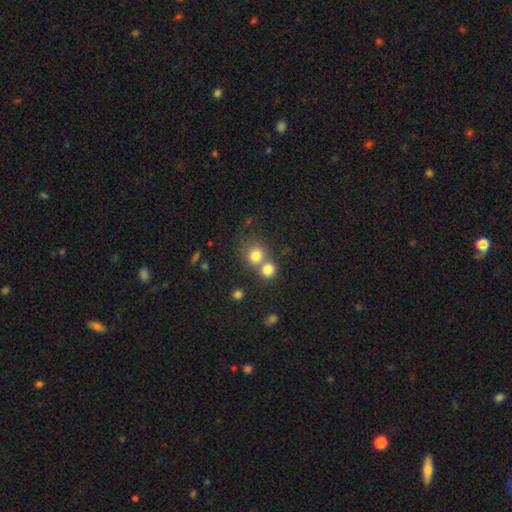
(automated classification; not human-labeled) Smooth or featured: smooth — 79% (star or artifact — 12%)
How rounded: round — 85% (in between — 15%)
Merging: none — 45% (tied with merger — 45%)